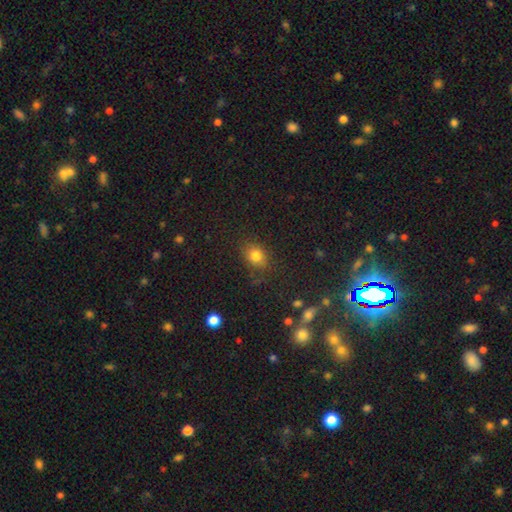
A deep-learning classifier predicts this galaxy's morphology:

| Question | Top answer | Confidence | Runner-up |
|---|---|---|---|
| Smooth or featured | smooth | 78% | star or artifact (15%) |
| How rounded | round | 52% | in between (46%) |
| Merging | none | 79% | minor disturbance (14%) |